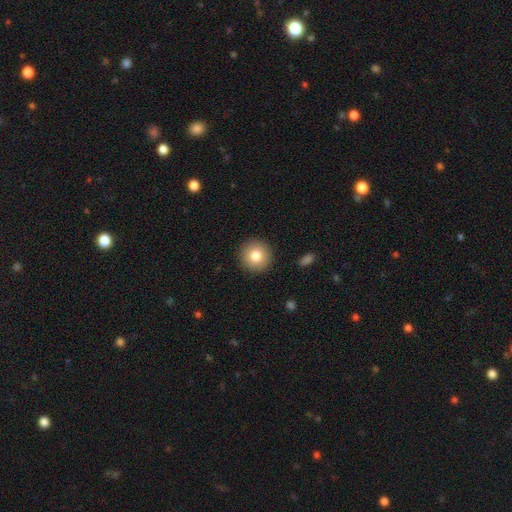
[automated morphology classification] This is clearly a smooth galaxy (80%). How rounded: clearly round (94%). Merging: clearly none (92%).